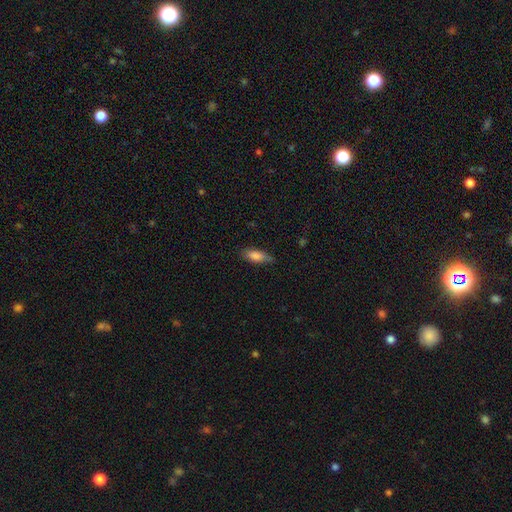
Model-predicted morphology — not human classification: A smooth galaxy with no disk features (82%) that is in between round and cigar-shaped (68%). Merging: none (69%).